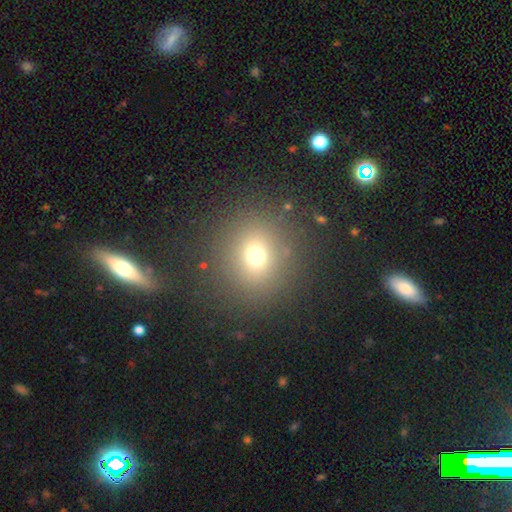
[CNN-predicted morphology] Q: Smooth or featured?
A: smooth (70%); runner-up: star or artifact (20%)
Q: How rounded?
A: round (87%); runner-up: in between (12%)
Q: Merging?
A: none (86%); runner-up: minor disturbance (7%)